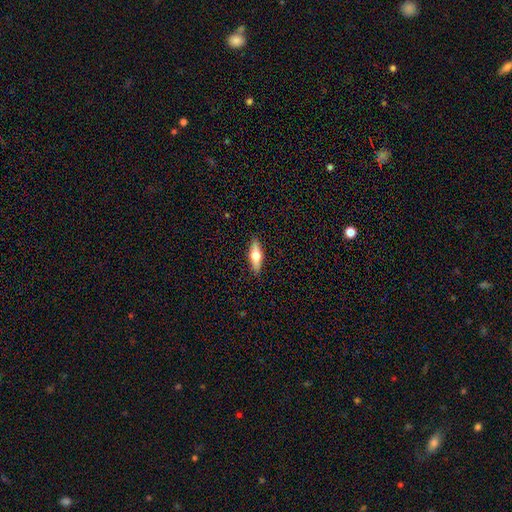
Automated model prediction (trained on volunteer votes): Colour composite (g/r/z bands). It shows a smooth galaxy with no disk features (49%). Merging: none (89%).